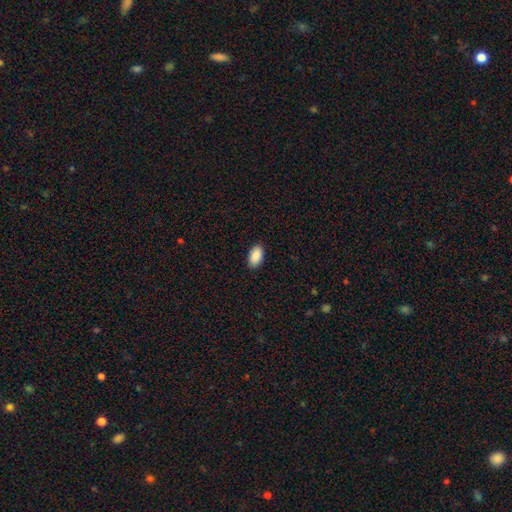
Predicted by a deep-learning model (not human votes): smooth_or_featured: smooth (p=0.91) [alt: star or artifact p=0.06]
how_rounded: in between (p=0.95) [alt: round p=0.03]
merging: none (p=0.90) [alt: minor disturbance p=0.08]